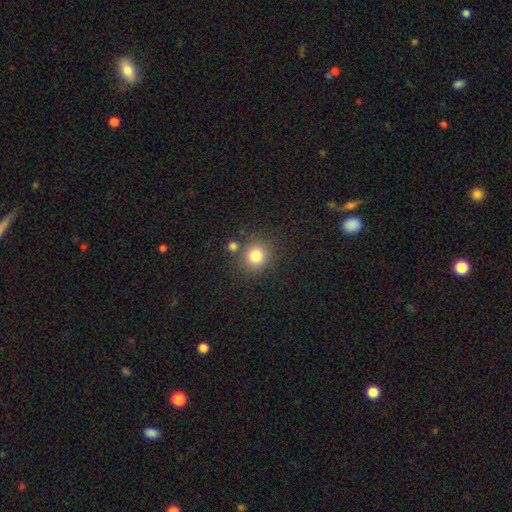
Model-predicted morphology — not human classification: A smooth galaxy with no disk features (80%) that is round (88%).

Vote fractions:
- Smooth or featured? smooth: 80% / star or artifact: 13% / featured or disk: 7%
- How rounded? round: 88% / in between: 12% / cigar-shaped: 1%
- Merging? none: 78% / minor disturbance: 9% / merger: 9% / major disturbance: 3%